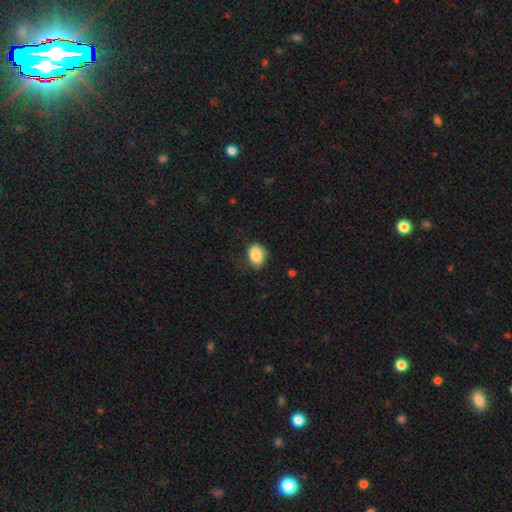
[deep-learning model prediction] A smooth galaxy with no disk features (87%) that is in between round and cigar-shaped (76%).

Vote fractions:
- Smooth or featured? smooth: 87% / star or artifact: 8% / featured or disk: 5%
- How rounded? in between: 76% / round: 23% / cigar-shaped: 1%
- Merging? none: 74% / minor disturbance: 20% / major disturbance: 5% / merger: 1%